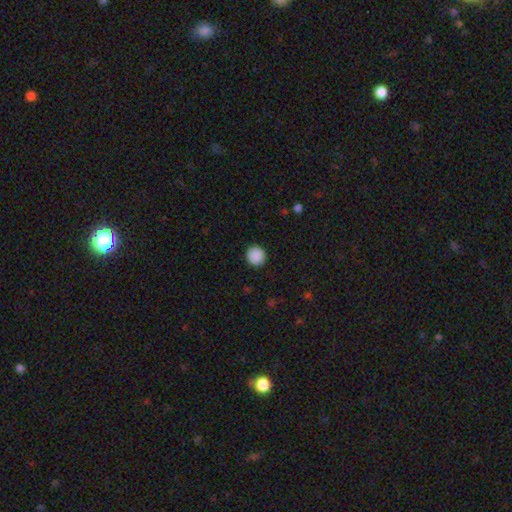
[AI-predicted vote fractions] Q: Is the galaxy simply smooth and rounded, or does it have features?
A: smooth — 90%.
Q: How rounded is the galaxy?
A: round — 94%.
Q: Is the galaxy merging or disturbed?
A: none — 92%.